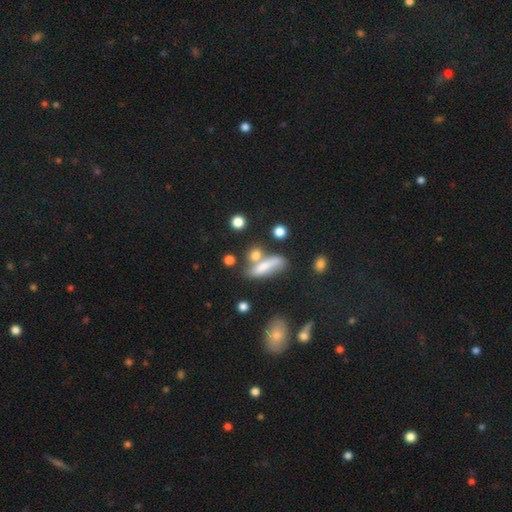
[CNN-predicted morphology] Smooth or featured? Predicted: smooth (p=0.67). How rounded? Predicted: cigar-shaped (p=0.48). Merging? Predicted: none (p=0.48).